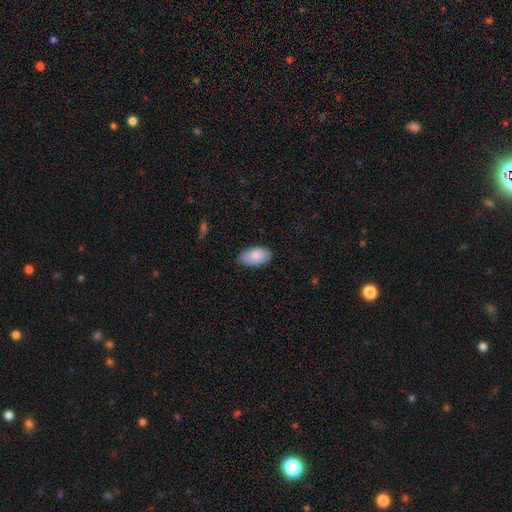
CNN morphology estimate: smooth 86%, featured or disk 8%, star or artifact 6%. Down the decision tree: how rounded — in between (95%); merging — none (82%).